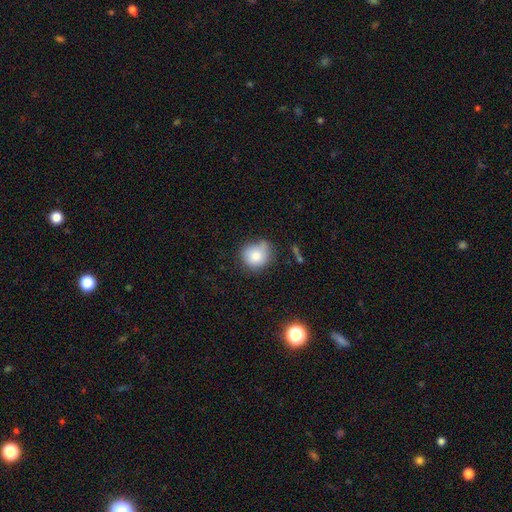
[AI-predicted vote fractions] Smooth or featured? smooth (80%)
How rounded? round (83%)
Merging? none (57%)